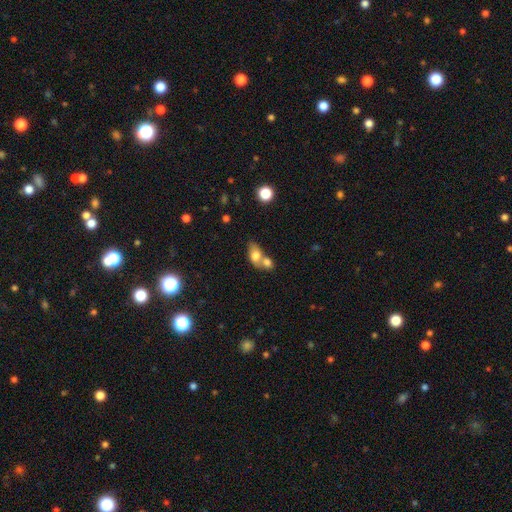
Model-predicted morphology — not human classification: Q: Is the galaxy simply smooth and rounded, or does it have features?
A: smooth — 74%.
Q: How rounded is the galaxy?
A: in between — 76%.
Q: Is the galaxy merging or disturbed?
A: merger — 63%.